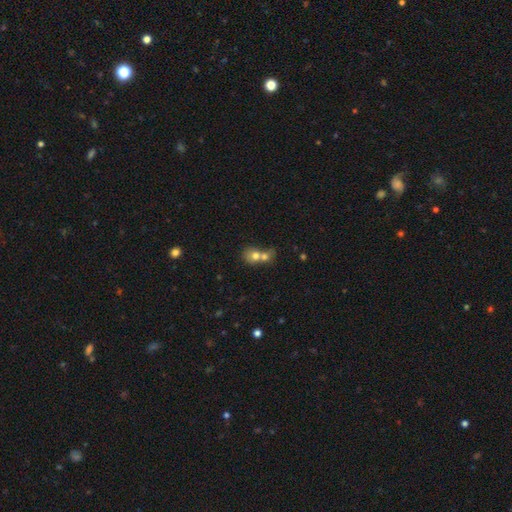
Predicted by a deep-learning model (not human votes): Q: Smooth or featured?
A: smooth (71%); runner-up: featured or disk (19%)
Q: How rounded?
A: round (67%); runner-up: in between (31%)
Q: Merging?
A: merger (71%); runner-up: none (20%)